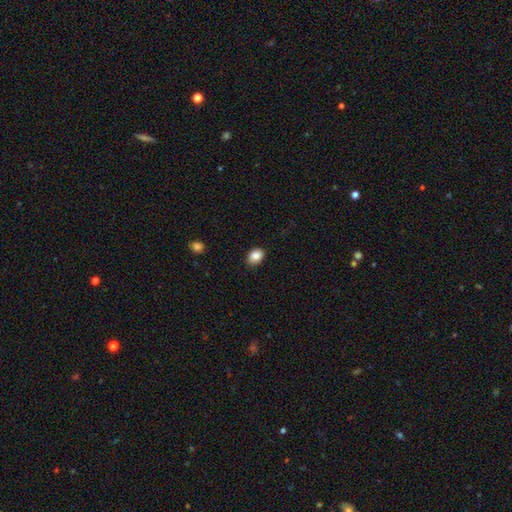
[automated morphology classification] type=smooth (87%); roundness=in between (69%); merging=none (86%).